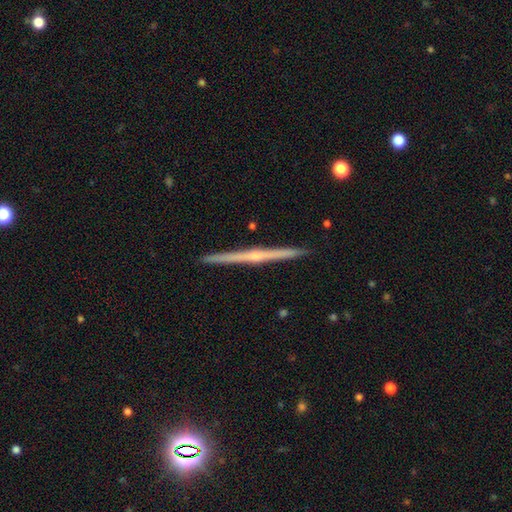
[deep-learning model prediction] smooth-or-featured: featured or disk: 76% | smooth: 17% | star or artifact: 7%
  disk-edge-on: yes: 98% | no: 2%
    edge-on-bulge: rounded: 58% | none: 35% | boxy: 7%
  merging: none: 91% | minor disturbance: 6% | merger: 1% | major disturbance: 1%